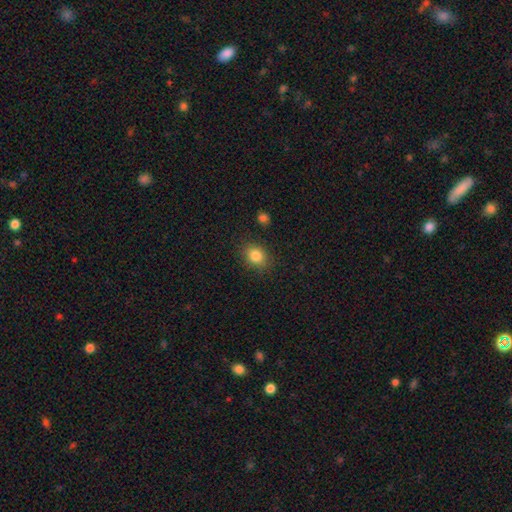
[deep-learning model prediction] Smooth or featured?
  - smooth: 84% *
  - star or artifact: 10%
  - featured or disk: 6%
How rounded?
  - in between: 51% *
  - round: 47%
  - cigar-shaped: 1%
Merging?
  - none: 85% *
  - minor disturbance: 10%
  - major disturbance: 3%
  - merger: 2%